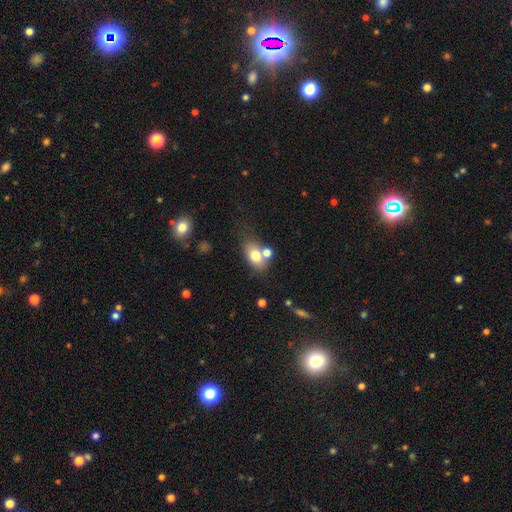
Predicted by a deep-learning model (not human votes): Smooth or featured? Predicted: smooth (p=0.74). How rounded? Predicted: in between (p=0.77). Merging? Predicted: none (p=0.49).